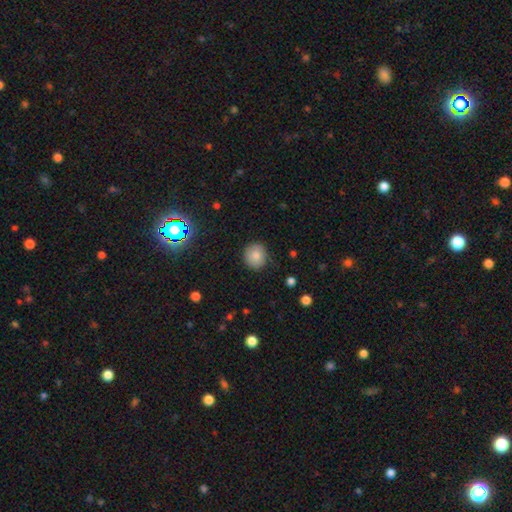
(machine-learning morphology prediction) type=smooth (79%); roundness=round (87%); merging=none (86%).